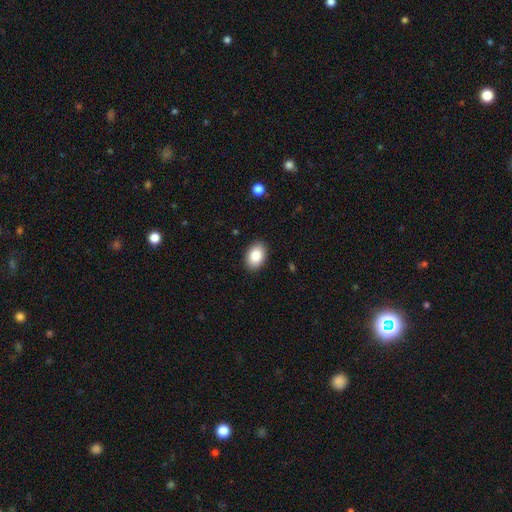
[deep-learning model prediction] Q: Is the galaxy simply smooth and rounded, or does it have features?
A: smooth — 86%.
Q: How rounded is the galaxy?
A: in between — 83%.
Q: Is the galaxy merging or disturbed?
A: none — 90%.